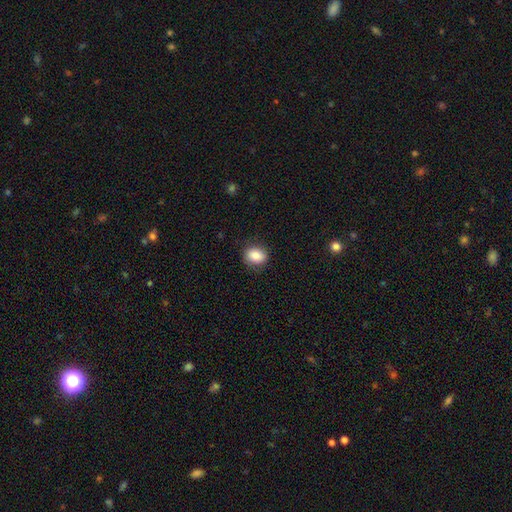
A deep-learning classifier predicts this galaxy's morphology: smooth_or_featured: smooth (p=0.85) [alt: star or artifact p=0.09]
how_rounded: round (p=0.53) [alt: in between p=0.46]
merging: none (p=0.85) [alt: minor disturbance p=0.11]